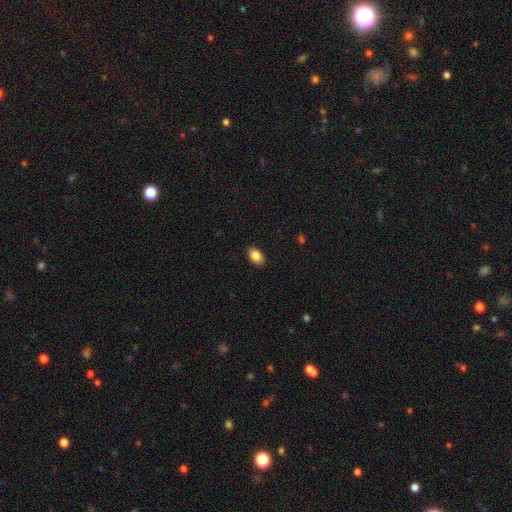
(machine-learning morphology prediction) A smooth galaxy with no disk features (87%) that is in between round and cigar-shaped (87%). Merging: none (89%).